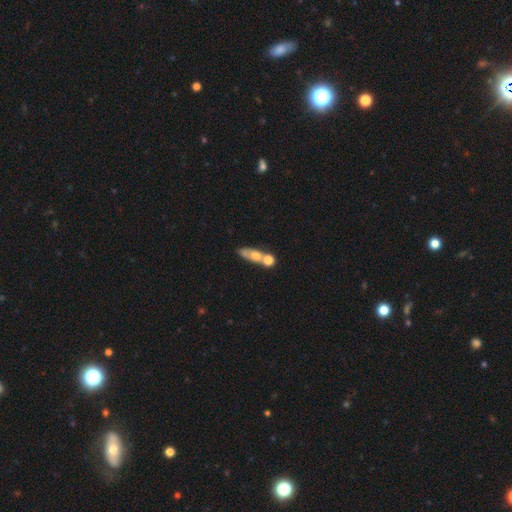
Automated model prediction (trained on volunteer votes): smooth_or_featured: smooth (p=0.58) [alt: featured or disk p=0.31]
how_rounded: in between (p=0.45) [alt: cigar-shaped p=0.36]
merging: merger (p=0.45) [alt: none p=0.34]